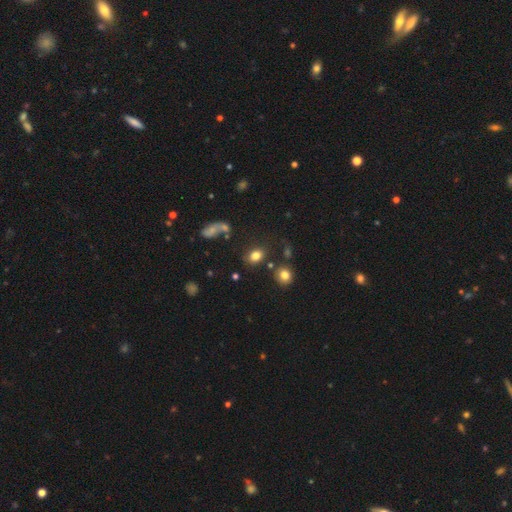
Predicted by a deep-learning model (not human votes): This appears to be a smooth galaxy with no disk features (80%) that is in between round and cigar-shaped (70%). Merging: none (74%).